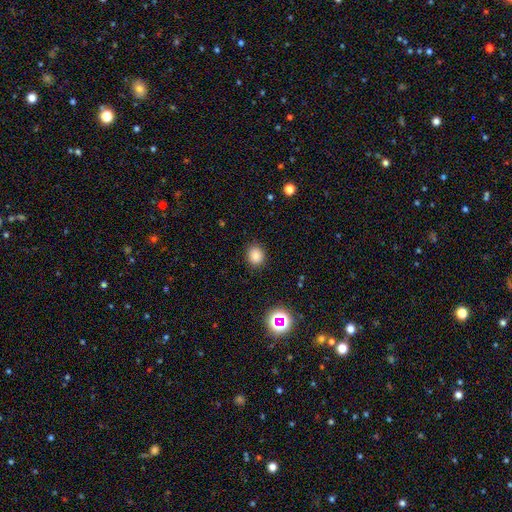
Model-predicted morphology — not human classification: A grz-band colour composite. It shows a smooth galaxy with no disk features (82%) that is round (77%). Merging: none (88%).